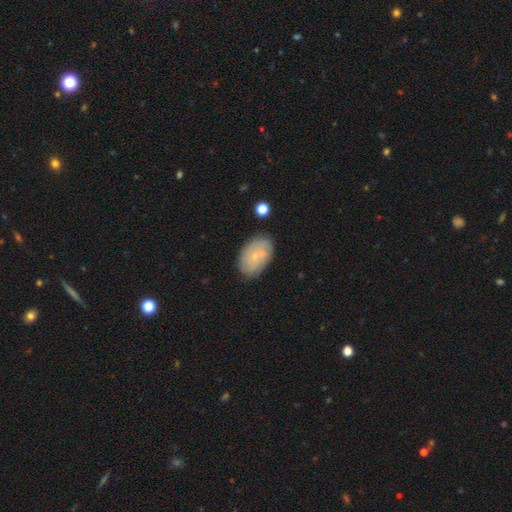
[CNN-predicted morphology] smooth_or_featured: smooth (p=0.48) [alt: featured or disk p=0.44]
merging: none (p=0.78) [alt: minor disturbance p=0.15]